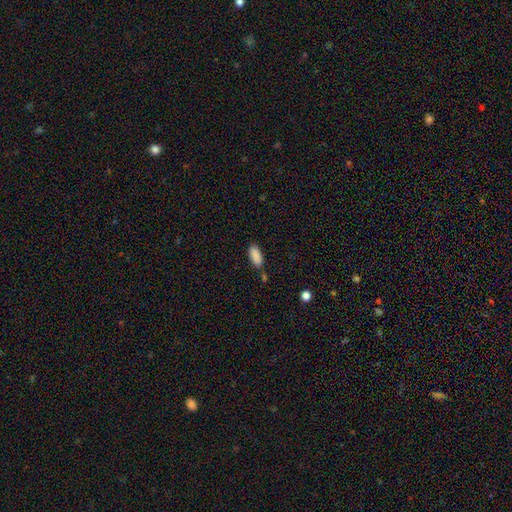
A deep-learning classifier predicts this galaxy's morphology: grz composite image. It shows a smooth galaxy with no disk features (89%) that is in between round and cigar-shaped (86%). Merging: none (73%).